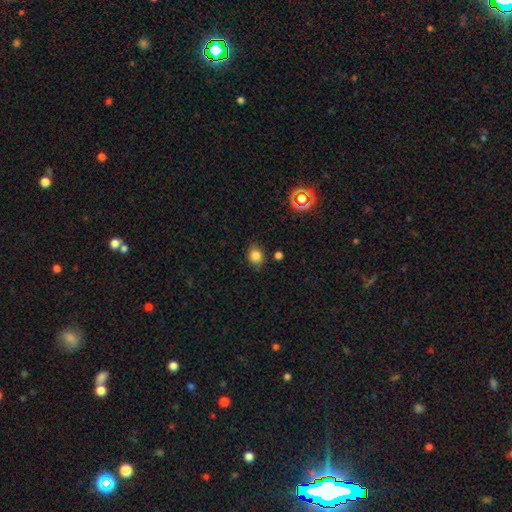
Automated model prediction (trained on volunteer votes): smooth-or-featured: smooth: 82% | star or artifact: 12% | featured or disk: 5%
  how-rounded: round: 60% | in between: 39% | cigar-shaped: 1%
  merging: none: 81% | minor disturbance: 13% | major disturbance: 3% | merger: 3%